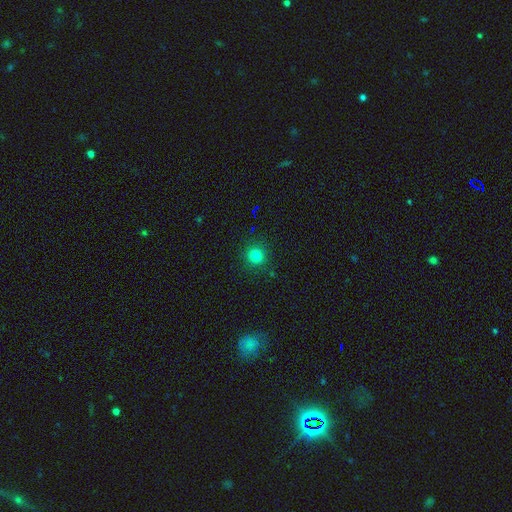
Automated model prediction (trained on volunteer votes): Smooth or featured? smooth (80%)
How rounded? round (91%)
Merging? none (90%)